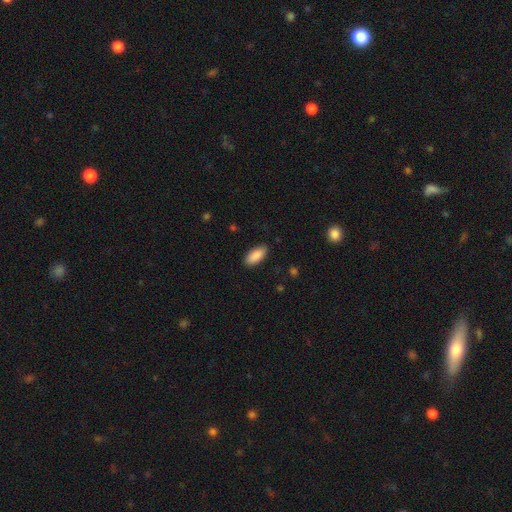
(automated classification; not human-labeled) This is clearly a smooth galaxy (90%). How rounded: clearly in between (91%). Merging: clearly none (85%).